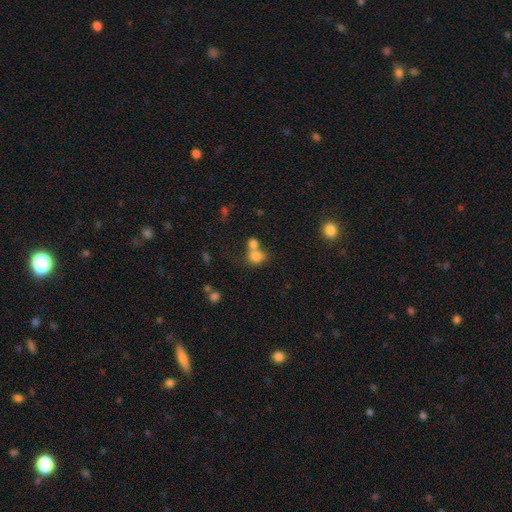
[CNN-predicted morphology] This is likely a smooth galaxy (79%). How rounded: likely round (67%). Merging: possibly merger (50%).